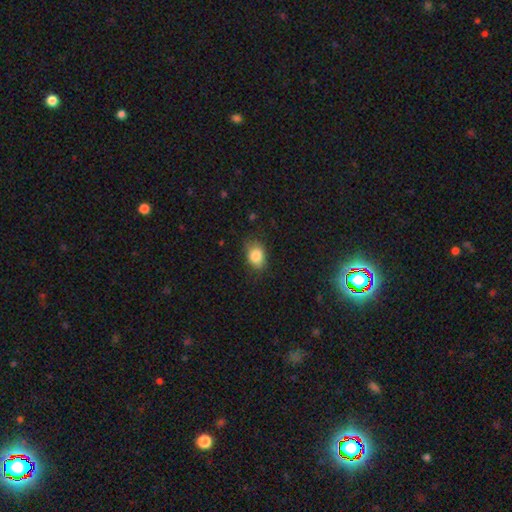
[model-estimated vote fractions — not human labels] Q: Smooth or featured?
A: smooth (84%); runner-up: star or artifact (9%)
Q: How rounded?
A: in between (74%); runner-up: round (25%)
Q: Merging?
A: none (74%); runner-up: minor disturbance (20%)